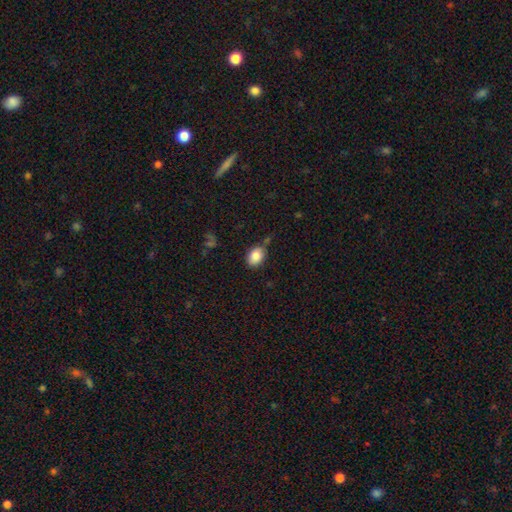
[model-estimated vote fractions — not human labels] smooth-or-featured: smooth: 85% | star or artifact: 8% | featured or disk: 6%
  how-rounded: in between: 76% | round: 23% | cigar-shaped: 1%
  merging: none: 70% | minor disturbance: 19% | merger: 7% | major disturbance: 4%